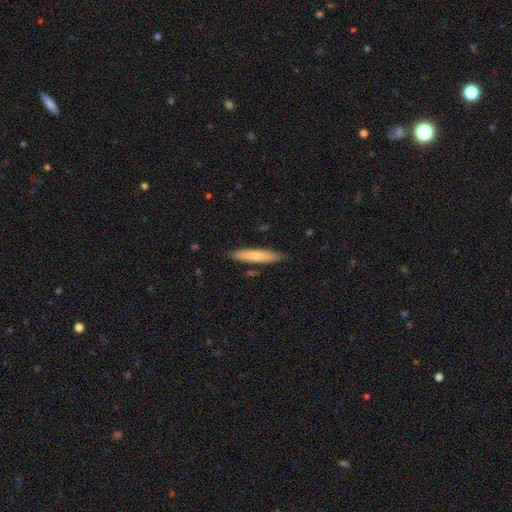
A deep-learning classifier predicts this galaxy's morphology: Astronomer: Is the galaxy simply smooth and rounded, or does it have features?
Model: smooth — 70%.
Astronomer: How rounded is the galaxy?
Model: cigar-shaped — 89%.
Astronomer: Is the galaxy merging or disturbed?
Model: none — 86%.